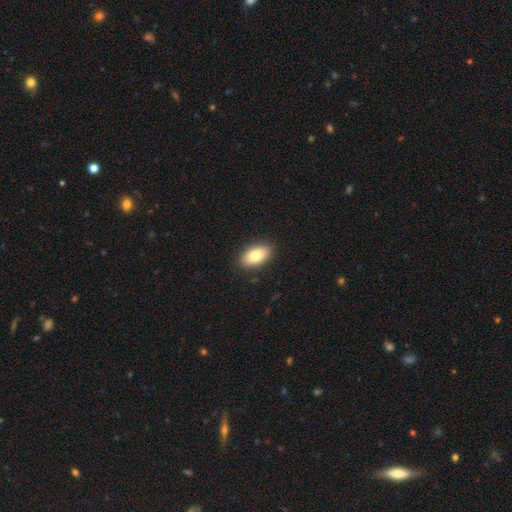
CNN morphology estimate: smooth-or-featured: smooth: 81% | featured or disk: 11% | star or artifact: 7%
  how-rounded: in between: 92% | round: 5% | cigar-shaped: 3%
  merging: none: 89% | minor disturbance: 8% | major disturbance: 2% | merger: 1%